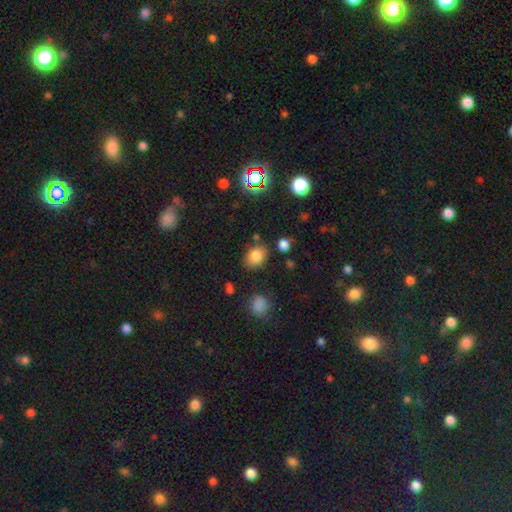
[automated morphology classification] type=smooth (82%); roundness=in between (65%); merging=none (79%).